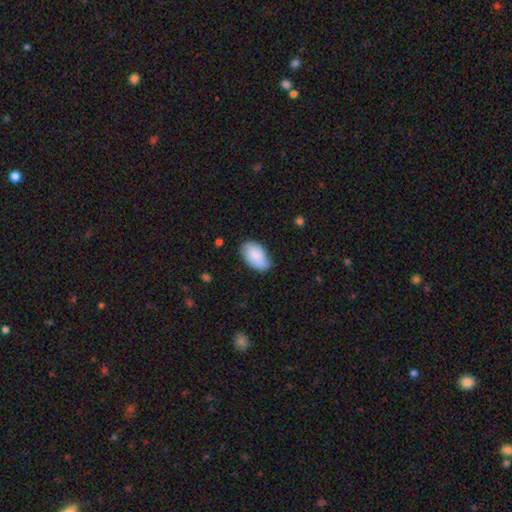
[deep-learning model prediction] Morphology: type=smooth (80%); roundness=in between (94%); merging=none (64%).